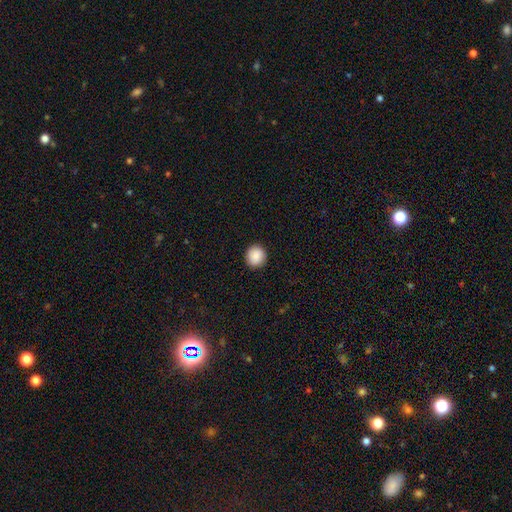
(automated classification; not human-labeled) smooth 89%, star or artifact 8%, featured or disk 3%. Down the decision tree: how rounded — round (93%); merging — none (92%).